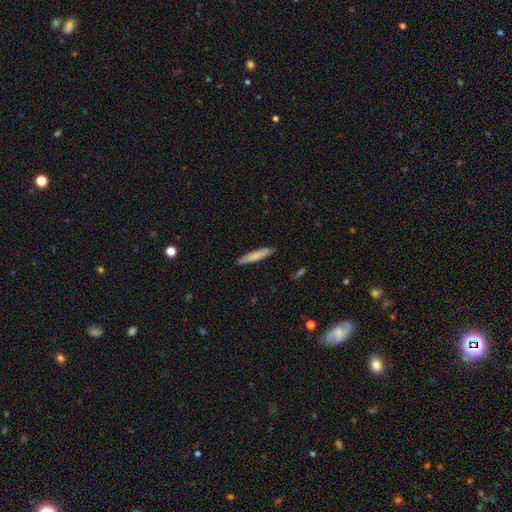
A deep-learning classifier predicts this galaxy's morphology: smooth 74%, featured or disk 20%, star or artifact 6%. Down the decision tree: how rounded — cigar-shaped (91%); merging — none (88%).